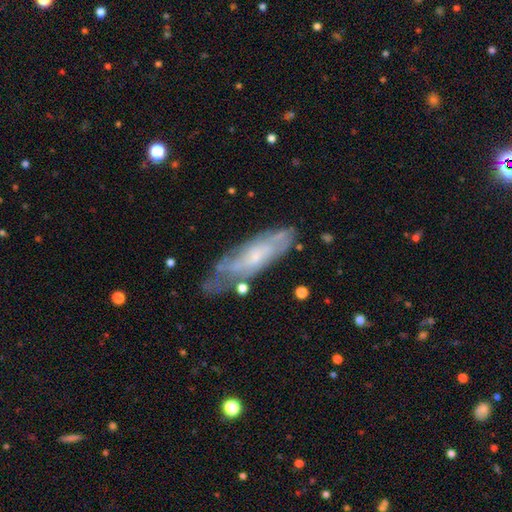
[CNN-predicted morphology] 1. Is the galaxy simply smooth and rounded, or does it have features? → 62% featured or disk, 31% smooth, 7% star or artifact.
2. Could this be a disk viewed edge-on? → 74% no, 26% yes.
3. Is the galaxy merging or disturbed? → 60% none, 26% minor disturbance, 10% major disturbance, 4% merger.